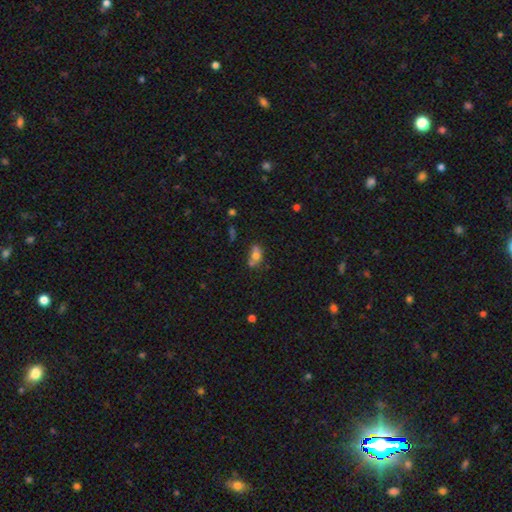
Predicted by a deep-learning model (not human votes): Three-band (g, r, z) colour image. It shows a smooth galaxy with no disk features (68%) that is in between round and cigar-shaped (70%). Merging: none (39%).